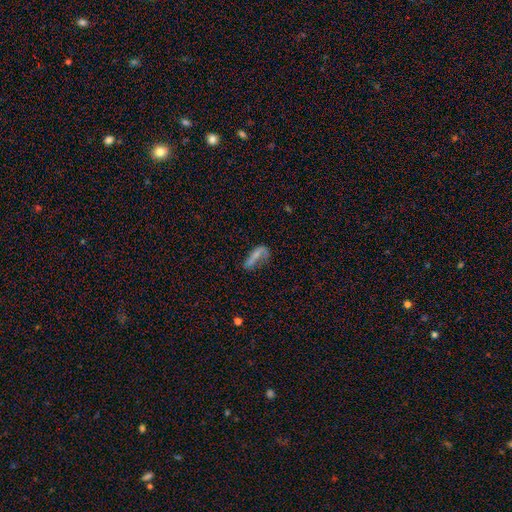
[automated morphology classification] smooth_or_featured: smooth (p=0.47) [alt: featured or disk p=0.42]
merging: none (p=0.35) [alt: major disturbance p=0.32]